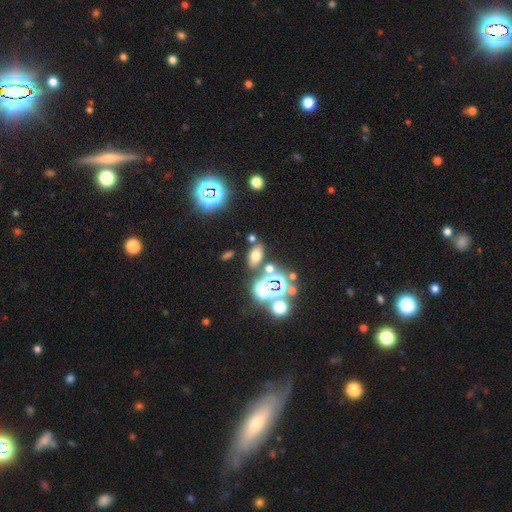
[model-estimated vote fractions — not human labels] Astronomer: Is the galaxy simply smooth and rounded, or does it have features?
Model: smooth — 57%.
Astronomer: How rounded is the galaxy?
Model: in between — 81%.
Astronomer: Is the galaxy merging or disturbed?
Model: none — 75%.